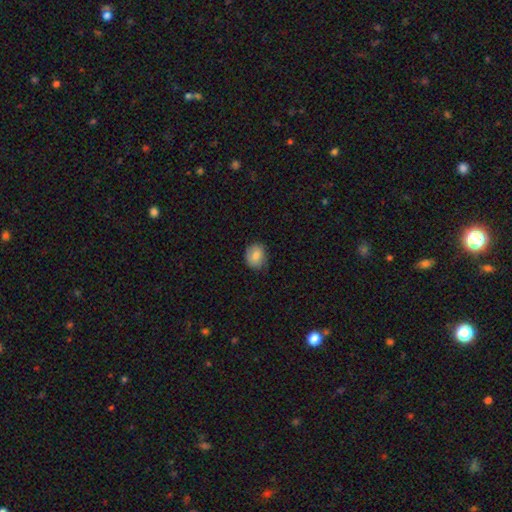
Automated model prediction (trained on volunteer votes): This appears to be a smooth galaxy with no disk features (82%) that is round (64%). Merging: none (76%).